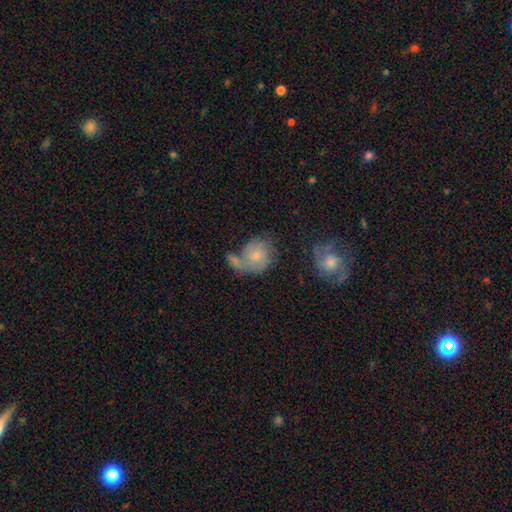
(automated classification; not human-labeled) A smooth galaxy with no disk features (46%, tied with featured or disk).

Vote fractions:
- Smooth or featured? smooth: 46% (tied) / featured or disk: 46% (tied) / star or artifact: 8%
- Merging? merger: 34% / none: 33% / minor disturbance: 18% / major disturbance: 16%